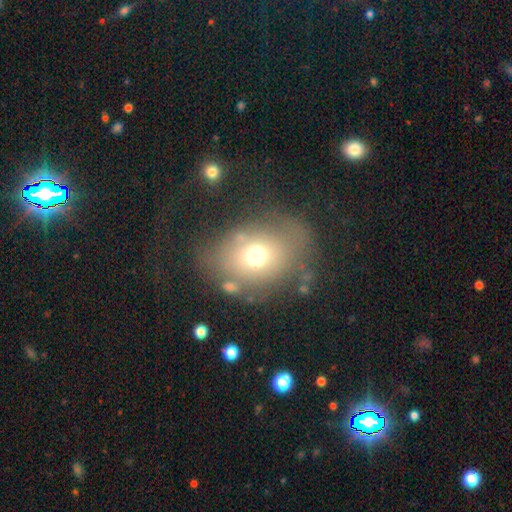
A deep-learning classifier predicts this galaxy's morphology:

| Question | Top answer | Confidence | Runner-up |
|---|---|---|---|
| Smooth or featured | smooth | 64% | featured or disk (21%) |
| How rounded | in between | 53% | round (46%) |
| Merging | none | 63% | minor disturbance (18%) |